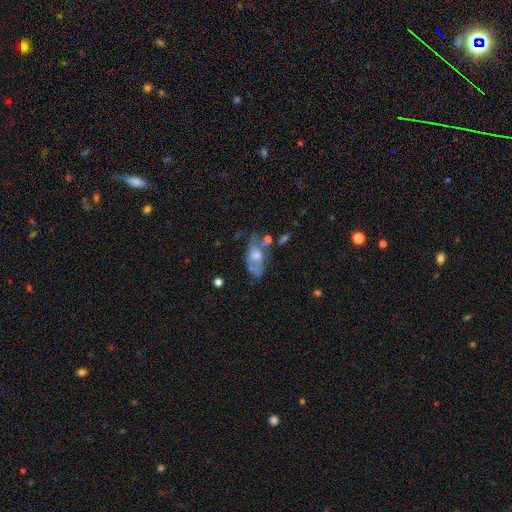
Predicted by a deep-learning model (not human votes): smooth-or-featured: featured or disk: 53% | smooth: 38% | star or artifact: 9%
  disk-edge-on: no: 87% | yes: 13%
  merging: none: 34% | minor disturbance: 24% | major disturbance: 21% | merger: 20%